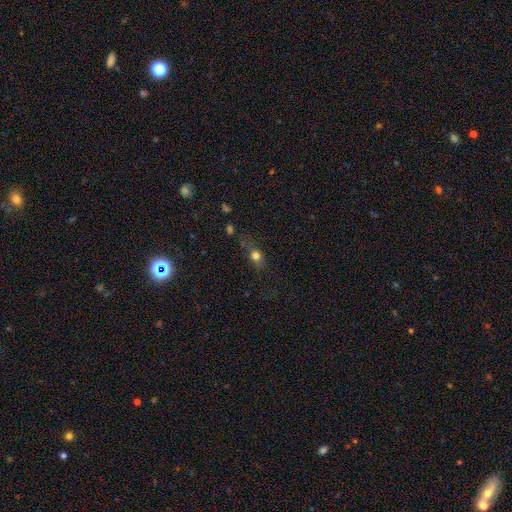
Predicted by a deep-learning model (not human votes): smooth_or_featured: smooth (p=0.70) [alt: star or artifact p=0.17]
how_rounded: round (p=0.48) [alt: in between p=0.42]
merging: none (p=0.56) [alt: minor disturbance p=0.24]